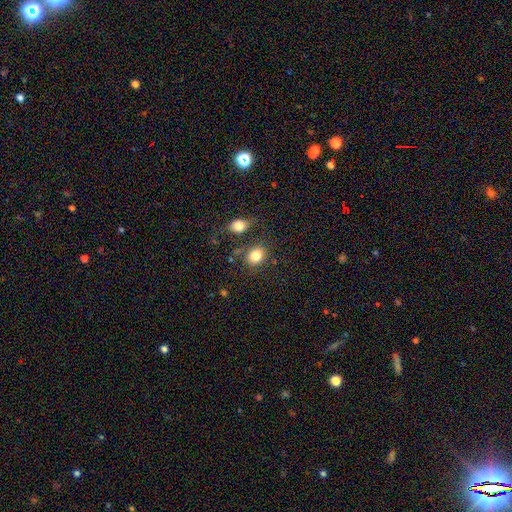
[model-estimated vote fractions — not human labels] smooth-or-featured: smooth: 82% | star or artifact: 10% | featured or disk: 7%
  how-rounded: round: 52% | in between: 47% | cigar-shaped: 1%
  merging: none: 70% | minor disturbance: 13% | merger: 11% | major disturbance: 5%